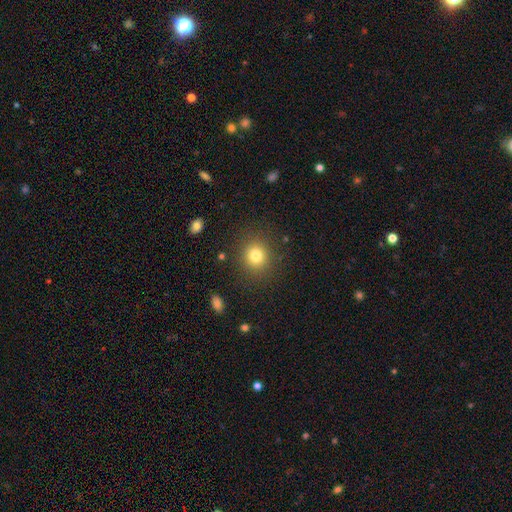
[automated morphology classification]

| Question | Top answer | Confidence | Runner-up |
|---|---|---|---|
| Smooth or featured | smooth | 80% | star or artifact (13%) |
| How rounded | round | 87% | in between (12%) |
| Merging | none | 87% | minor disturbance (8%) |